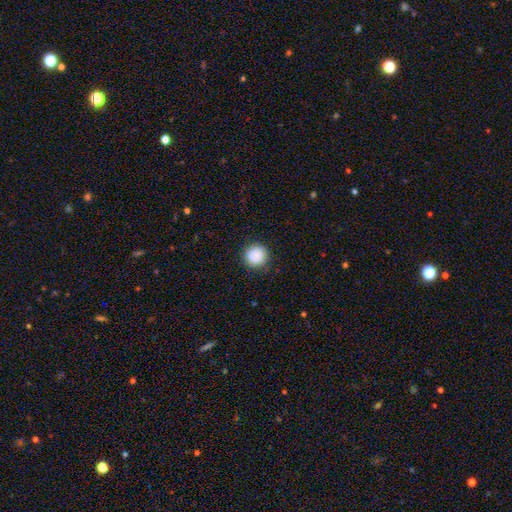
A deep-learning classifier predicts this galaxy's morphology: The model was most divided on "smooth or featured": smooth: 89%, star or artifact: 8%, featured or disk: 3%. More confident: how rounded — round (94%); merging — none (90%).